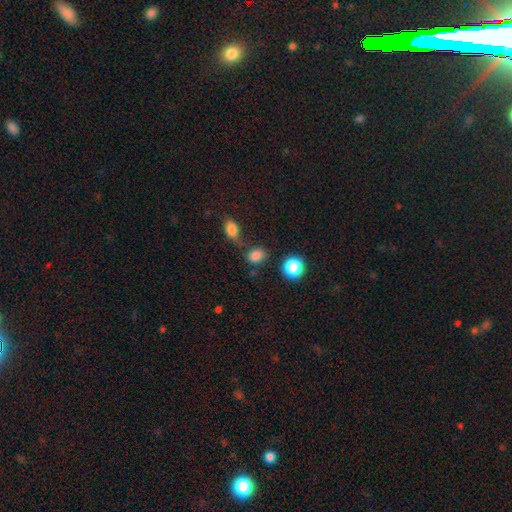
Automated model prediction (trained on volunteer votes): Morphology: type=smooth (81%); roundness=in between (58%); merging=none (61%).